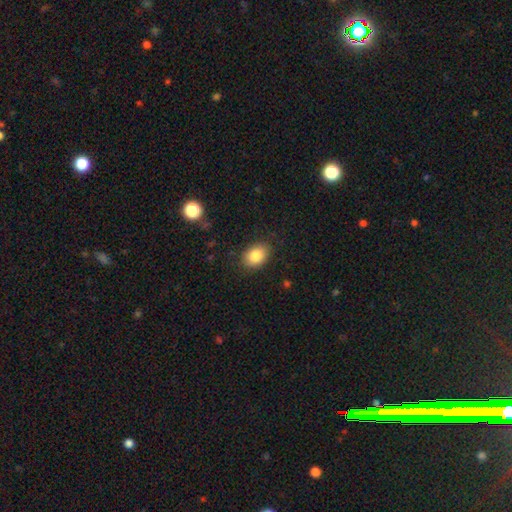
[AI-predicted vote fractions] A smooth galaxy with no disk features (85%) that is in between round and cigar-shaped (79%). Merging: none (86%).